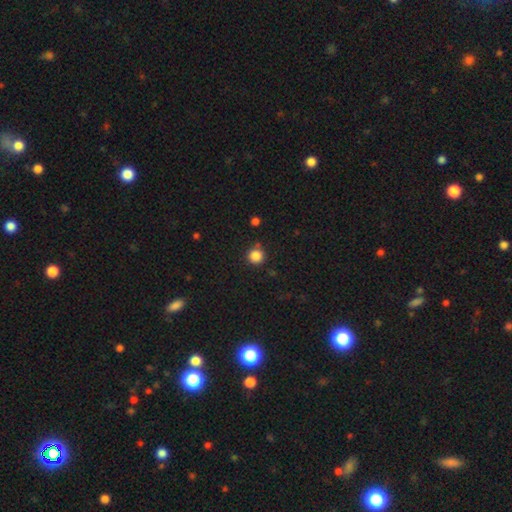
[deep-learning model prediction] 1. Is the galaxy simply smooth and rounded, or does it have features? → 85% smooth, 11% star or artifact, 3% featured or disk.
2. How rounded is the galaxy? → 95% round, 4% in between, 1% cigar-shaped.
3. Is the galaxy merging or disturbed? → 86% none, 8% minor disturbance, 4% merger, 2% major disturbance.